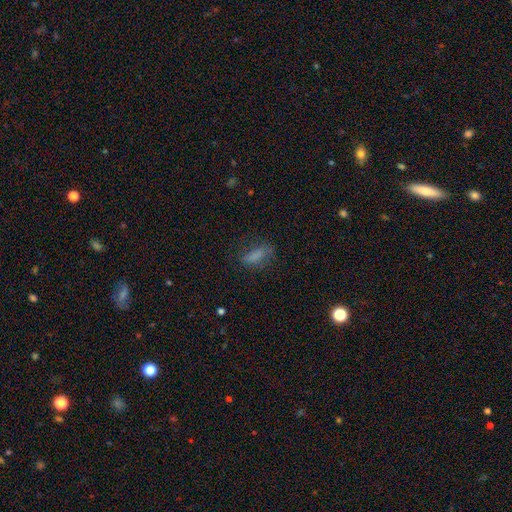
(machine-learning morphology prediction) smooth-or-featured: smooth: 75% | featured or disk: 13% | star or artifact: 12%
  how-rounded: in between: 72% | cigar-shaped: 24% | round: 4%
  merging: none: 64% | minor disturbance: 22% | major disturbance: 13% | merger: 2%